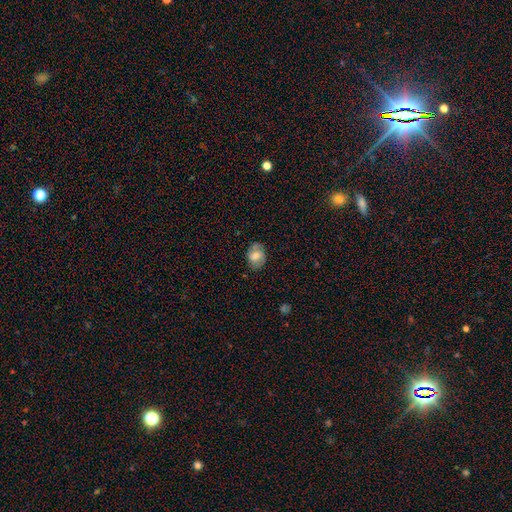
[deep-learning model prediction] The model was most divided on "smooth or featured": smooth: 60%, featured or disk: 31%, star or artifact: 8%. More confident: merging — none (75%); how rounded — in between (68%).